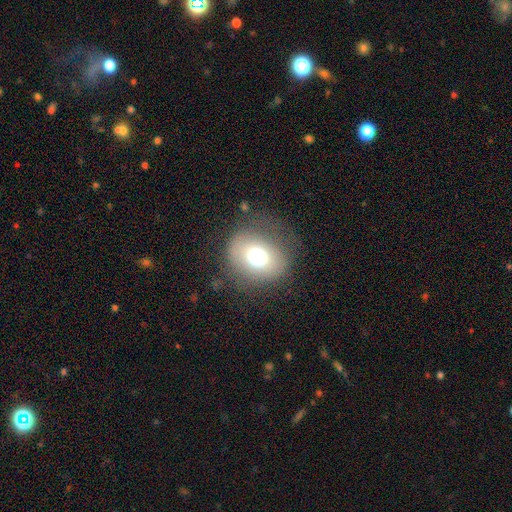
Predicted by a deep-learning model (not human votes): This appears to be a smooth galaxy with no disk features (66%) that is round (73%). Merging: none (70%).